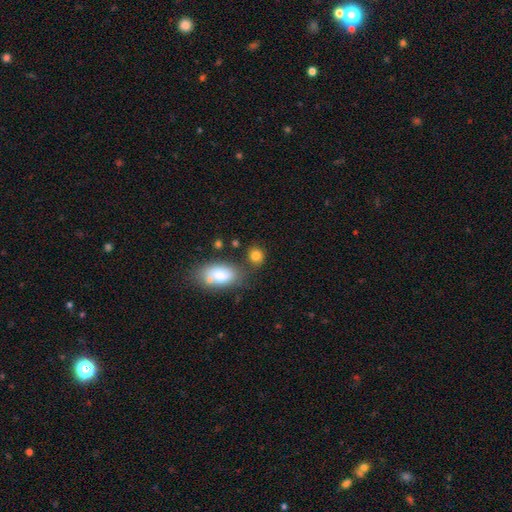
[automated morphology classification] The model was most divided on "how rounded": round: 61%, in between: 37%, cigar-shaped: 2%. More confident: smooth or featured — smooth (83%); merging — none (68%).